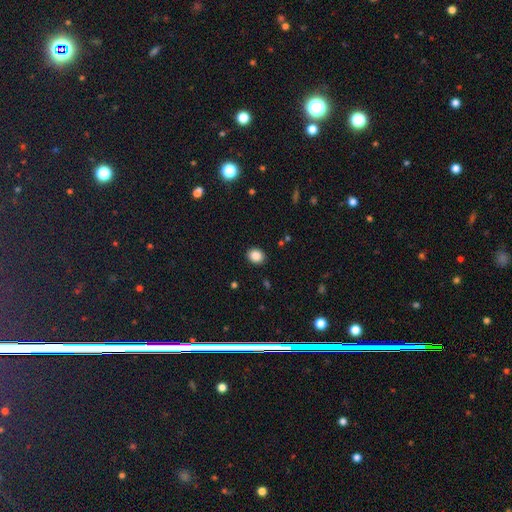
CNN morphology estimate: smooth-or-featured: smooth: 87% | star or artifact: 9% | featured or disk: 3%
  how-rounded: round: 57% | in between: 42% | cigar-shaped: 1%
  merging: none: 90% | minor disturbance: 7% | major disturbance: 2% | merger: 1%